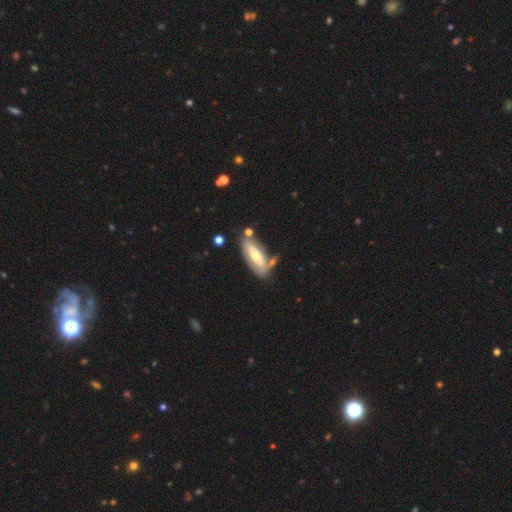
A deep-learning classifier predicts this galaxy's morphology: This is possibly a featured or disk galaxy (51%). It is likely not viewed edge-on (70%). Merging: likely none (64%).